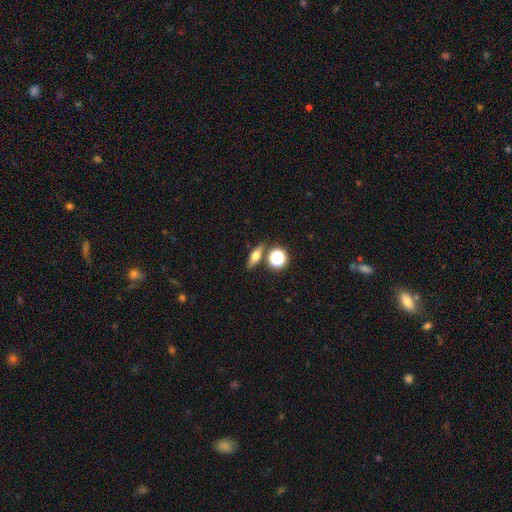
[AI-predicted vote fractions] smooth_or_featured: smooth (p=0.54) [alt: featured or disk p=0.32]
how_rounded: in between (p=0.48) [alt: cigar-shaped p=0.34]
merging: none (p=0.78) [alt: minor disturbance p=0.10]